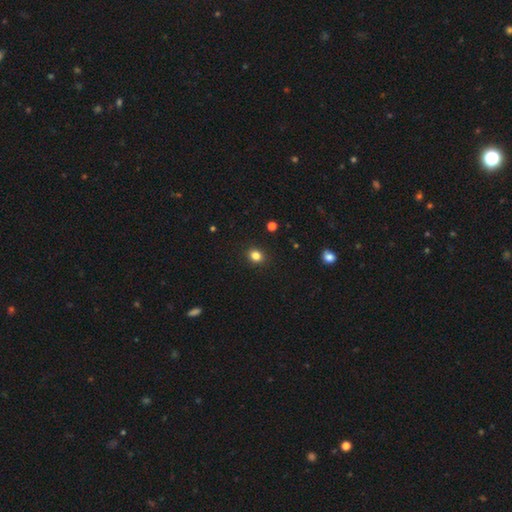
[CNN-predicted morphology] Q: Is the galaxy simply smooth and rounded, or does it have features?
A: smooth — 83%.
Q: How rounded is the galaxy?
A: round — 69%.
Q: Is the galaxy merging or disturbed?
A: none — 91%.